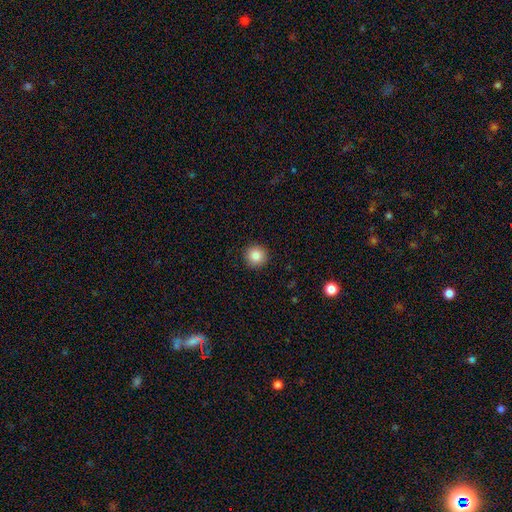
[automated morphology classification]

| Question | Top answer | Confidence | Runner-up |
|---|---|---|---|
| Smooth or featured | smooth | 85% | star or artifact (10%) |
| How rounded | round | 95% | in between (4%) |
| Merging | none | 92% | minor disturbance (5%) |